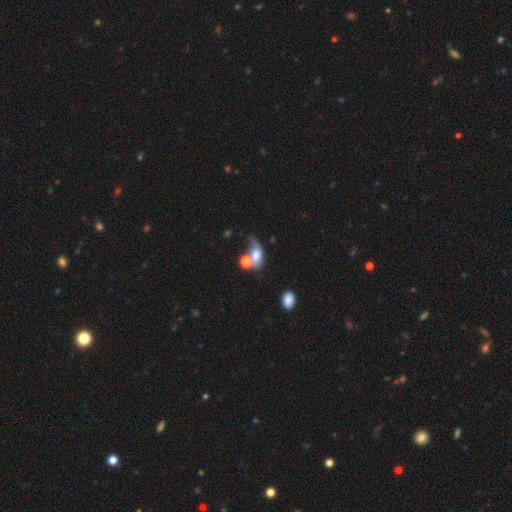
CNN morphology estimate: smooth 62%, featured or disk 27%, star or artifact 12%. Down the decision tree: how rounded — in between (73%); merging — merger (37%).